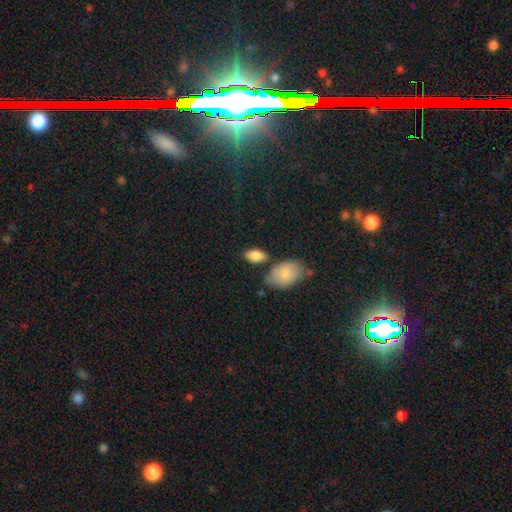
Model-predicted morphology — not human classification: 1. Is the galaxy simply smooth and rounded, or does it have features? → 86% smooth, 7% star or artifact, 7% featured or disk.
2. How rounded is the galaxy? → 92% in between, 5% round, 3% cigar-shaped.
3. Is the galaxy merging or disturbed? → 70% none, 16% minor disturbance, 10% merger, 4% major disturbance.